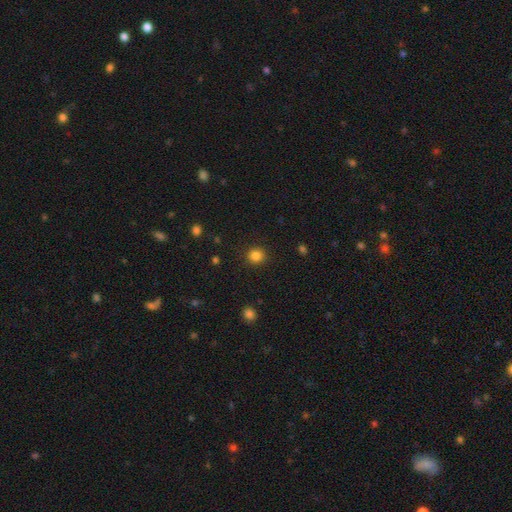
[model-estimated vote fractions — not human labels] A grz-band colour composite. It shows a smooth galaxy with no disk features (84%) that is round (91%). Merging: none (91%).